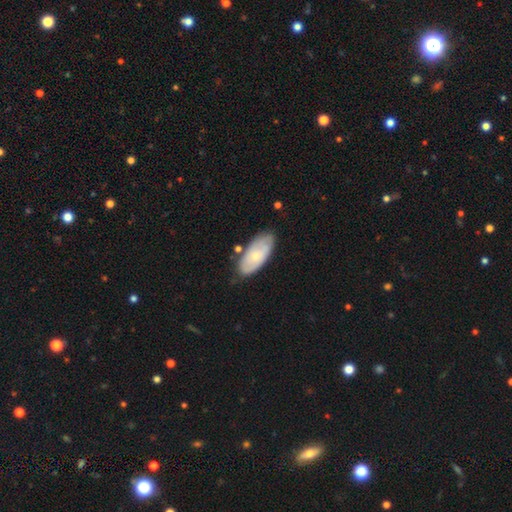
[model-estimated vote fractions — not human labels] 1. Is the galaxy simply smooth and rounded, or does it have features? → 49% smooth, 45% featured or disk, 6% star or artifact.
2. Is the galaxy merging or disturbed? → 73% none, 19% minor disturbance, 4% merger, 4% major disturbance.